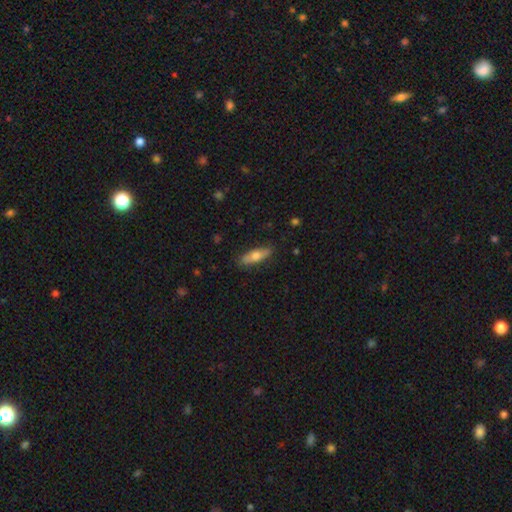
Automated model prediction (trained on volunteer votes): Morphology: type=smooth (63%); roundness=cigar-shaped (51%); merging=none (85%).